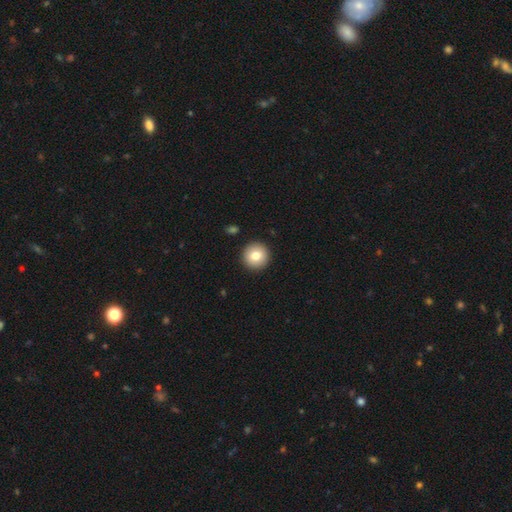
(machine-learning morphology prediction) Q: Smooth or featured?
A: smooth (80%); runner-up: featured or disk (11%)
Q: How rounded?
A: round (96%); runner-up: in between (3%)
Q: Merging?
A: none (93%); runner-up: minor disturbance (5%)